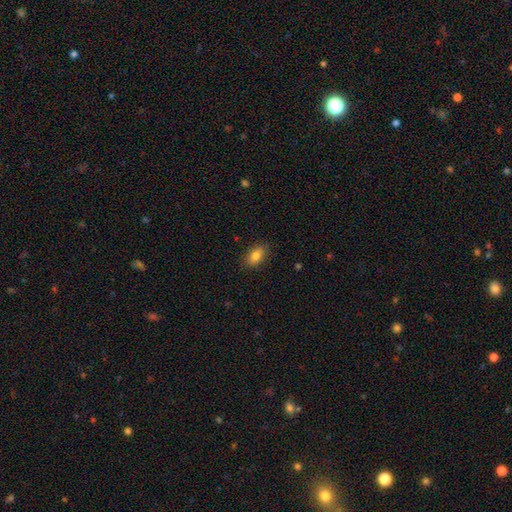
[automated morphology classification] smooth 80%, featured or disk 12%, star or artifact 9%. Down the decision tree: how rounded — in between (86%); merging — none (87%).